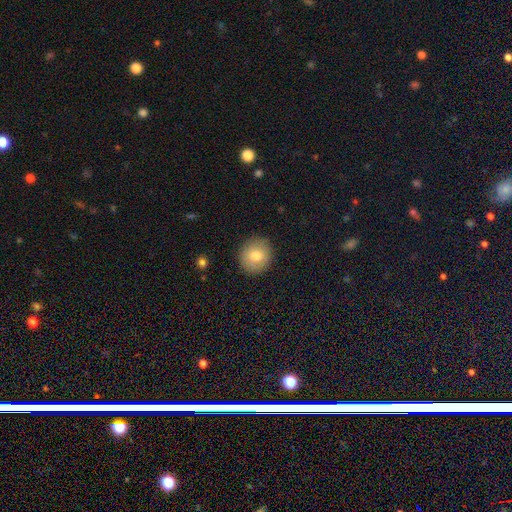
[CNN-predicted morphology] Q: Smooth or featured?
A: smooth (78%); runner-up: featured or disk (13%)
Q: How rounded?
A: round (89%); runner-up: in between (10%)
Q: Merging?
A: none (90%); runner-up: minor disturbance (7%)